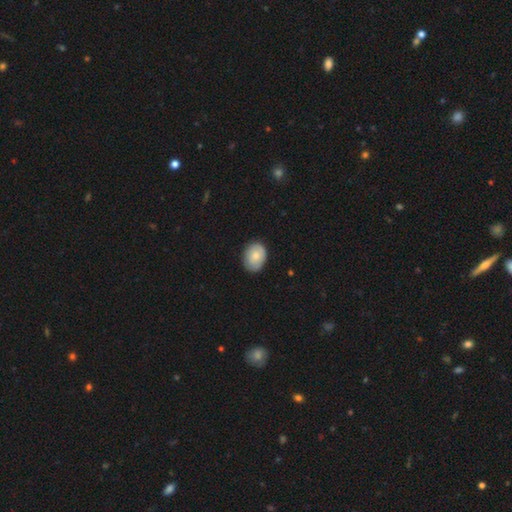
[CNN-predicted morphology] smooth-or-featured: smooth: 76% | featured or disk: 18% | star or artifact: 6%
  how-rounded: in between: 64% | round: 35% | cigar-shaped: 1%
  merging: none: 81% | minor disturbance: 16% | major disturbance: 3% | merger: 1%